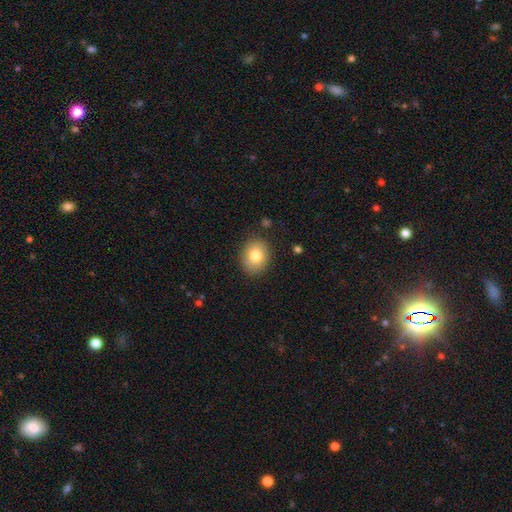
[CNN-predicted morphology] Smooth or featured: smooth — 82% (featured or disk — 10%)
How rounded: round — 54% (in between — 45%)
Merging: none — 85% (minor disturbance — 10%)